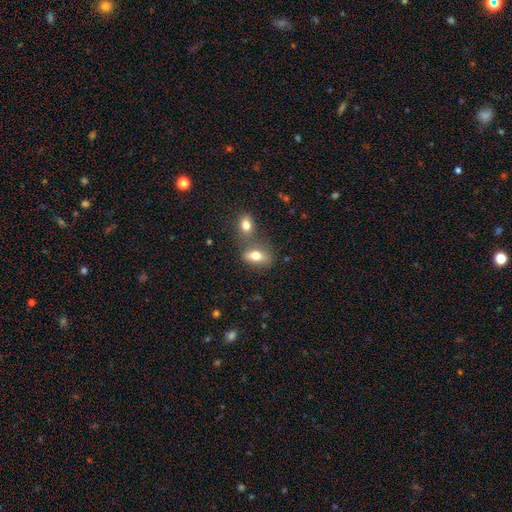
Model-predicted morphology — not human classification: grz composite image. It shows a smooth galaxy with no disk features (74%) that is in between round and cigar-shaped (83%). Merging: none (50%).